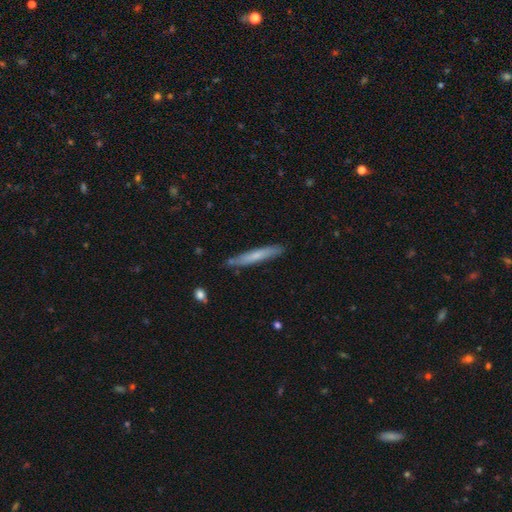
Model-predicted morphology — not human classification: smooth 62%, featured or disk 32%, star or artifact 6%. Down the decision tree: how rounded — cigar-shaped (95%); merging — none (84%).